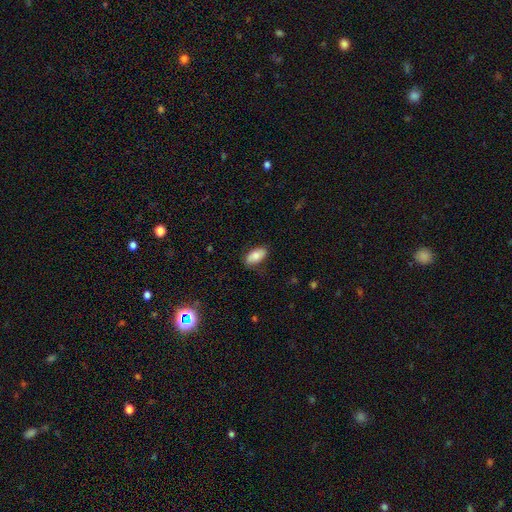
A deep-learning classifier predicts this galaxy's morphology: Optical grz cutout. It shows a smooth galaxy with no disk features (76%) that is in between round and cigar-shaped (93%). Merging: none (78%).